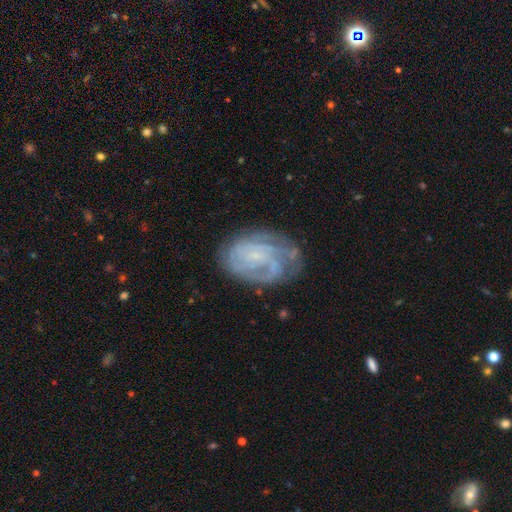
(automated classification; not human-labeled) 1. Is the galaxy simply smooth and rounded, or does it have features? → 67% featured or disk, 21% smooth, 11% star or artifact.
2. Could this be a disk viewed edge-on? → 97% no, 3% yes.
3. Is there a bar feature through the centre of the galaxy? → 73% no, 22% weak, 5% strong.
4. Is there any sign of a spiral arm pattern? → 83% yes, 17% no.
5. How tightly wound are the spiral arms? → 60% tight, 29% medium, 11% loose.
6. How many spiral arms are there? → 48% can't tell, 17% 2, 15% 3, 8% 4, 6% 1, 5% more than 4.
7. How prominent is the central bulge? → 58% small, 23% none, 15% moderate, 2% large, 1% dominant.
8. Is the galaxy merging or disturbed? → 68% none, 20% minor disturbance, 10% major disturbance, 2% merger.